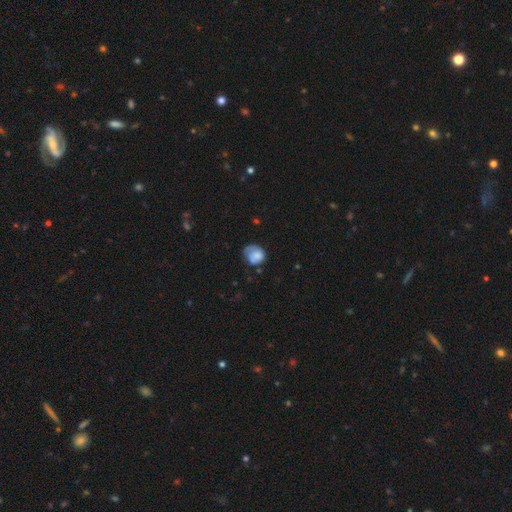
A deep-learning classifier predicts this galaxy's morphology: A smooth galaxy with no disk features (63%) that is round (65%).

Vote fractions:
- Smooth or featured? smooth: 63% / featured or disk: 29% / star or artifact: 8%
- How rounded? round: 65% / in between: 34% / cigar-shaped: 1%
- Merging? none: 43% / minor disturbance: 32% / major disturbance: 20% / merger: 5%